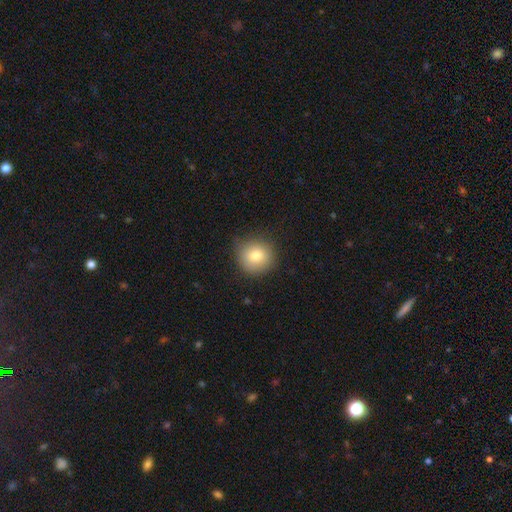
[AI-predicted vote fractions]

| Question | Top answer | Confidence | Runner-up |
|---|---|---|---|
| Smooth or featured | smooth | 80% | featured or disk (10%) |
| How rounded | round | 92% | in between (7%) |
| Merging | none | 84% | minor disturbance (12%) |